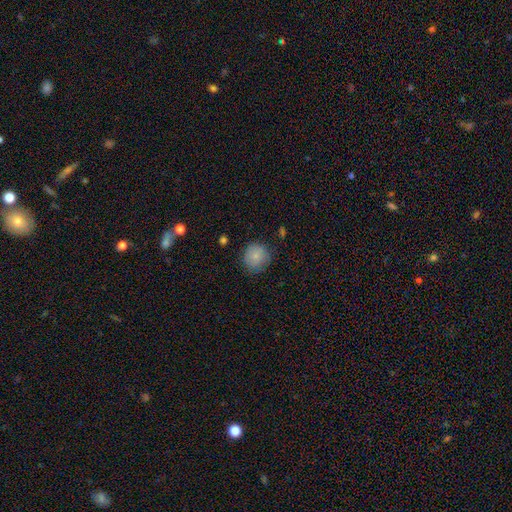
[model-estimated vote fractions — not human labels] smooth-or-featured: smooth: 82% | featured or disk: 10% | star or artifact: 8%
  how-rounded: round: 90% | in between: 9% | cigar-shaped: 1%
  merging: none: 78% | minor disturbance: 16% | major disturbance: 4% | merger: 1%